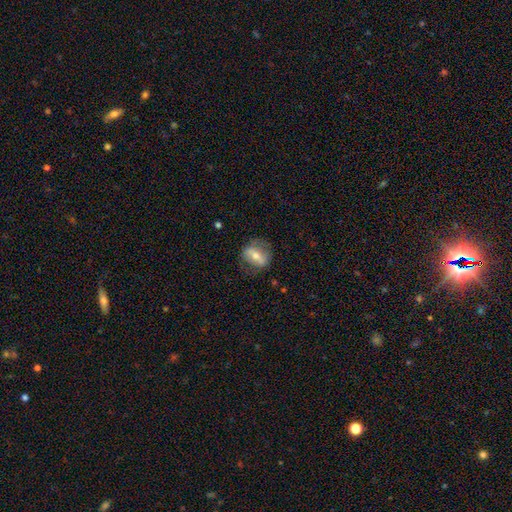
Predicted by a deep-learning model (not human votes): Overall: featured or disk (51%; smooth 41%). Edge-on disk: no (86%). Merging: none (72%).